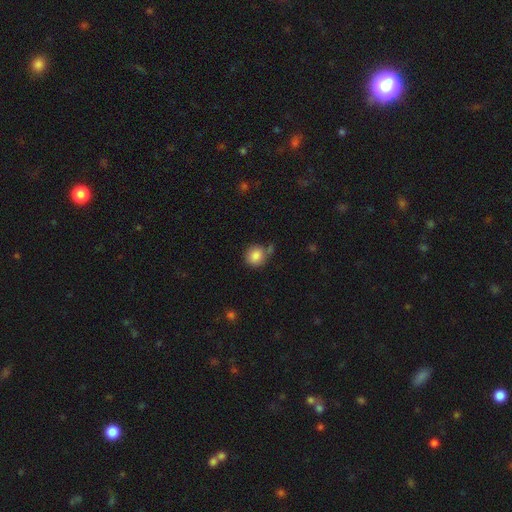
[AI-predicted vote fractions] Overall: smooth (86%). How rounded: round (86%). Merging: none (66%).